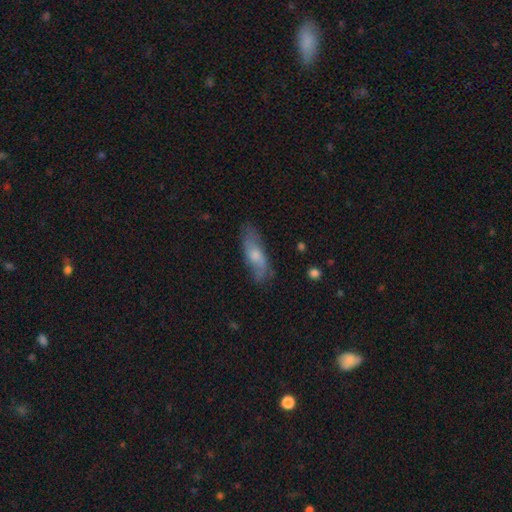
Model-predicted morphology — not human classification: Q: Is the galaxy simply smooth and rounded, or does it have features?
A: smooth — 52%.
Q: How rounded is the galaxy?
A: in between — 55%.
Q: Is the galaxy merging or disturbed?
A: none — 67%.